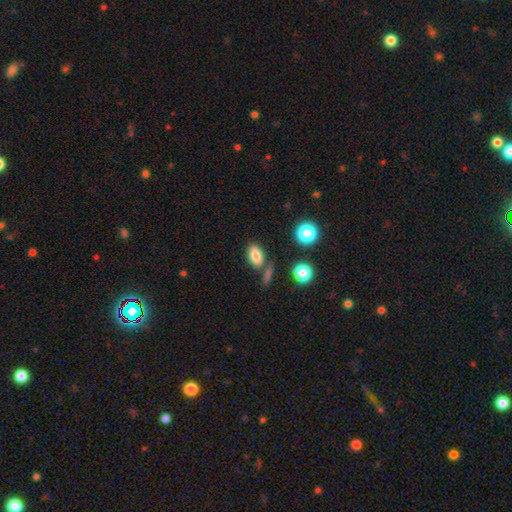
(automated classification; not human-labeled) smooth_or_featured: smooth (p=0.81) [alt: star or artifact p=0.10]
how_rounded: in between (p=0.86) [alt: round p=0.10]
merging: none (p=0.68) [alt: merger p=0.14]